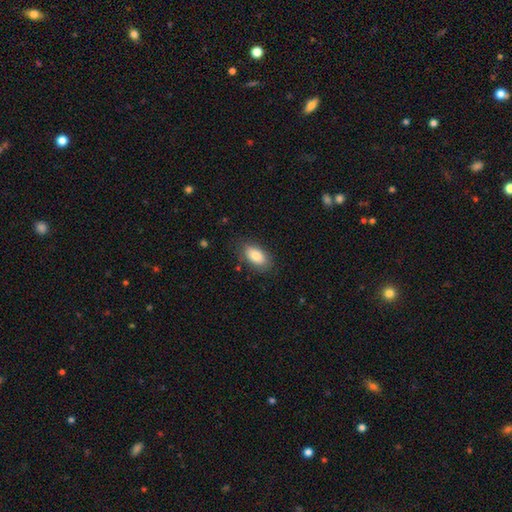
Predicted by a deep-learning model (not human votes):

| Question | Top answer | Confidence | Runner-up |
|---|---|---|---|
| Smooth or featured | smooth | 83% | featured or disk (10%) |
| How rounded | in between | 92% | round (5%) |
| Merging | none | 81% | minor disturbance (14%) |